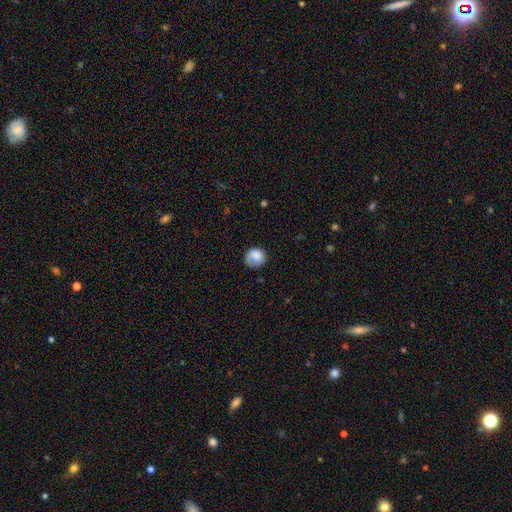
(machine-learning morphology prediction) Smooth or featured? Predicted: smooth (p=0.82). How rounded? Predicted: round (p=0.82). Merging? Predicted: none (p=0.66).